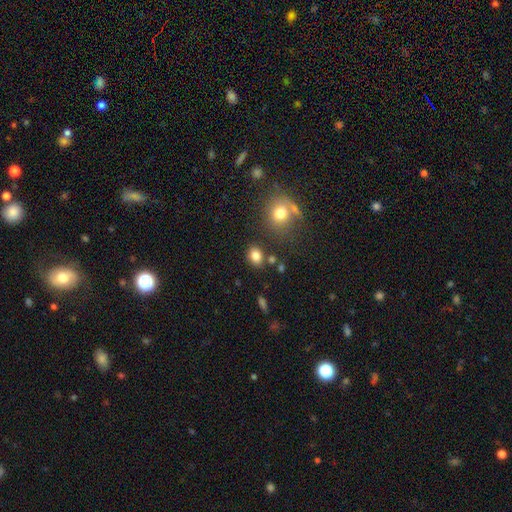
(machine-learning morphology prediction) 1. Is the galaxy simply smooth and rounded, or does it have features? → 82% smooth, 12% star or artifact, 6% featured or disk.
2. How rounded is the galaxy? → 51% in between, 48% round, 1% cigar-shaped.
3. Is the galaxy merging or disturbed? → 78% none, 11% minor disturbance, 7% merger, 4% major disturbance.